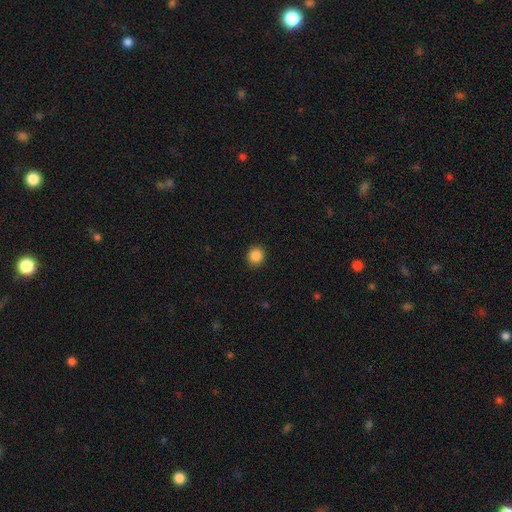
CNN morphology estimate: smooth 87%, star or artifact 10%, featured or disk 3%. Down the decision tree: how rounded — round (88%); merging — none (91%).